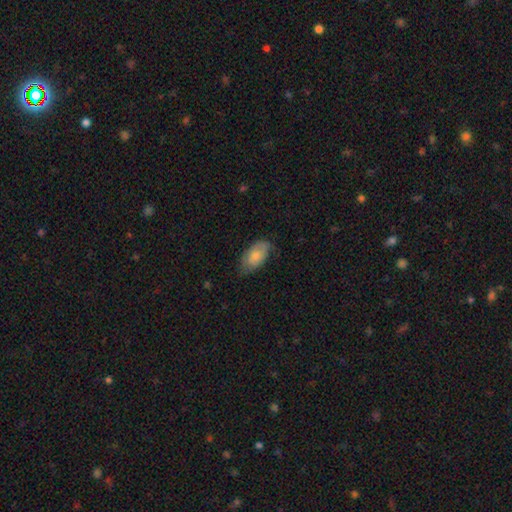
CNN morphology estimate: A smooth galaxy with no disk features (72%) that is in between round and cigar-shaped (93%). Merging: none (61%).